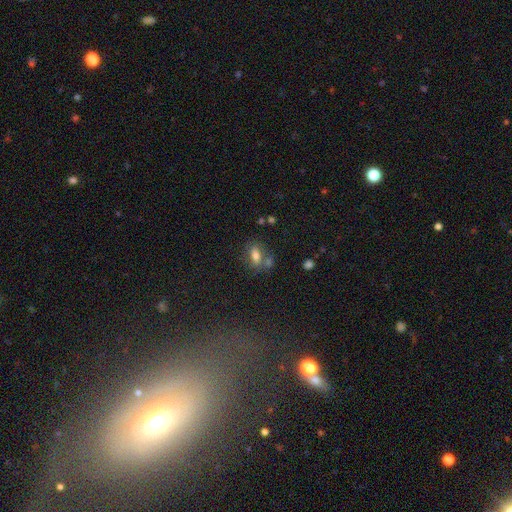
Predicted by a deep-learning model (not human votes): Smooth or featured? smooth (70%)
How rounded? in between (80%)
Merging? none (54%)